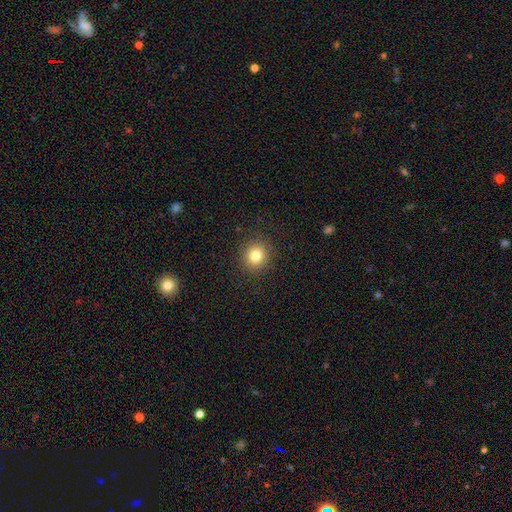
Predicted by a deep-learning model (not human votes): Smooth or featured? smooth (81%)
How rounded? round (90%)
Merging? none (91%)